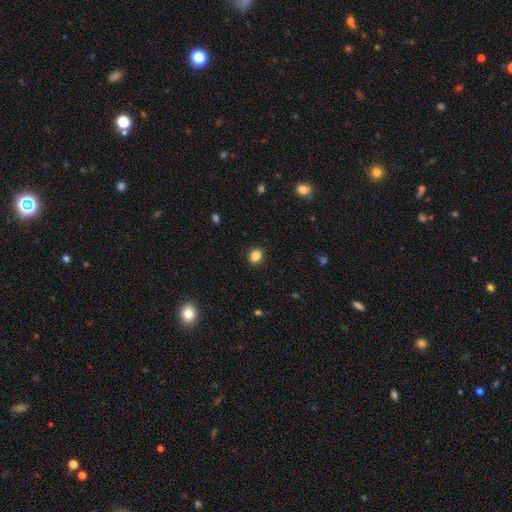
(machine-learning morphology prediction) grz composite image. It shows a smooth galaxy with no disk features (85%) that is round (73%). Merging: none (91%).